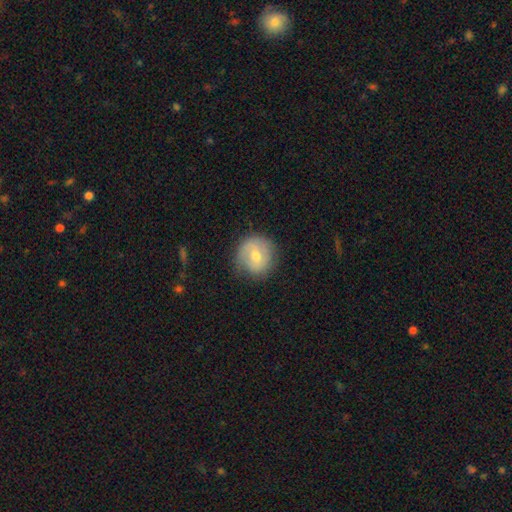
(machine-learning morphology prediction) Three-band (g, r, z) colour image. It shows a smooth galaxy with no disk features (52%) that is round (91%). Merging: none (78%).